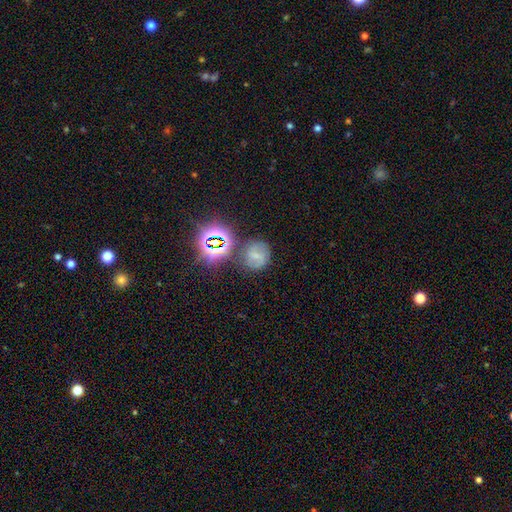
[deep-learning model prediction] Morphology: type=featured or disk (45%); merging=none (70%).